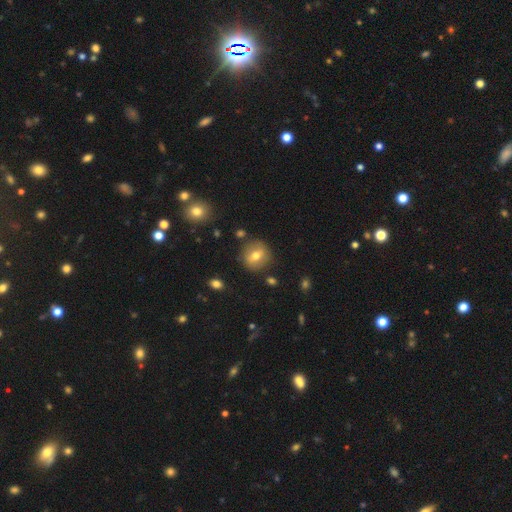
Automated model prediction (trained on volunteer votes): Q: Smooth or featured?
A: smooth (63%); runner-up: featured or disk (27%)
Q: How rounded?
A: round (83%); runner-up: in between (16%)
Q: Merging?
A: none (83%); runner-up: minor disturbance (11%)